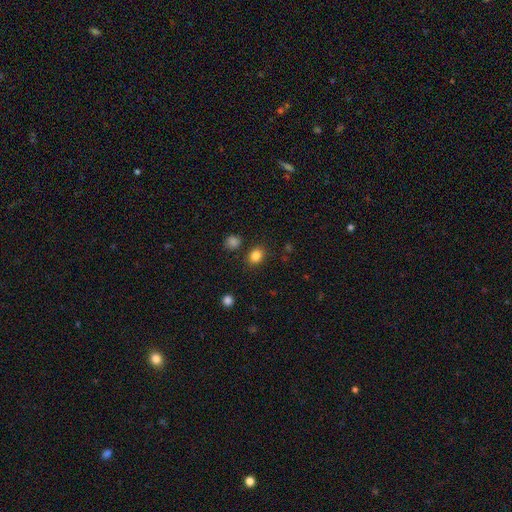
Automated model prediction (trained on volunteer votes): Smooth or featured?
  - smooth: 84% *
  - star or artifact: 11%
  - featured or disk: 5%
How rounded?
  - round: 55% *
  - in between: 44%
  - cigar-shaped: 1%
Merging?
  - none: 84% *
  - minor disturbance: 9%
  - merger: 4%
  - major disturbance: 3%